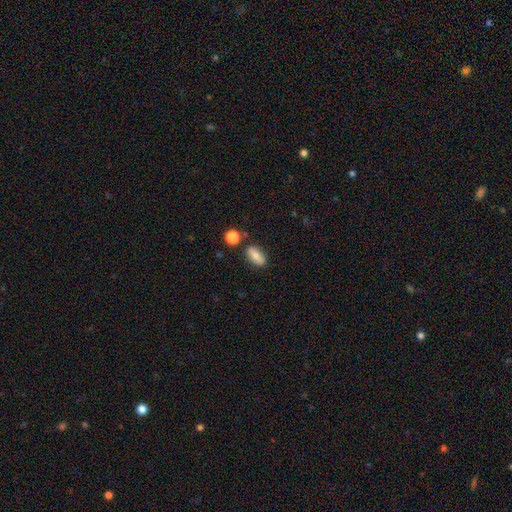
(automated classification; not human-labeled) Morphology: type=smooth (77%); roundness=in between (79%); merging=none (81%).